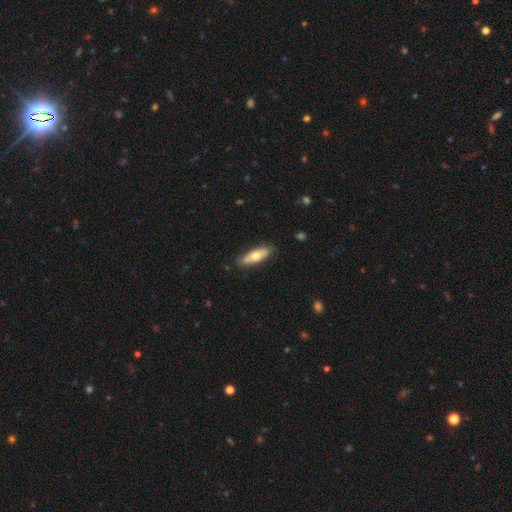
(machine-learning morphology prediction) Smooth or featured? Predicted: smooth (p=0.62). How rounded? Predicted: in between (p=0.57). Merging? Predicted: none (p=0.82).